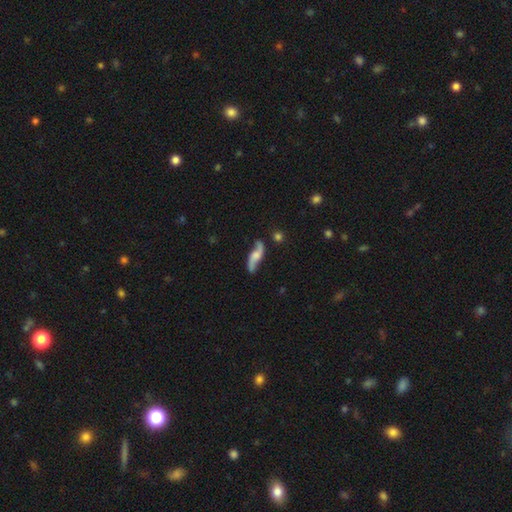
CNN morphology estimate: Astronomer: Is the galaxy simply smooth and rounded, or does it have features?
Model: featured or disk — 77%.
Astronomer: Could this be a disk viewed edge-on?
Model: no — 87%.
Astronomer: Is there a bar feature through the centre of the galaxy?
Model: no — 60%.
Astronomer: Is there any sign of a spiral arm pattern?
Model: yes — 95%.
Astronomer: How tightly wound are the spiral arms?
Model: loose — 84%.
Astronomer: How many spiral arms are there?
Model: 2 — 93%.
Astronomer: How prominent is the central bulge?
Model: moderate — 36% (runner-up: small, 27%).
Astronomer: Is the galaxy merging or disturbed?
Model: none — 75%.